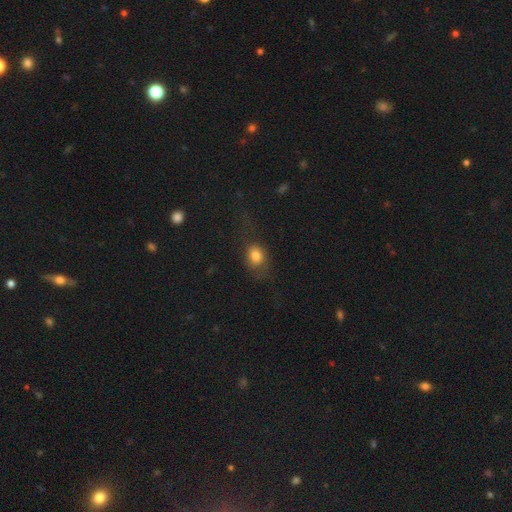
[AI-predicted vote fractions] The model was most divided on "how rounded": in between: 52%, round: 46%, cigar-shaped: 2%. More confident: smooth or featured — smooth (79%); merging — none (54%).